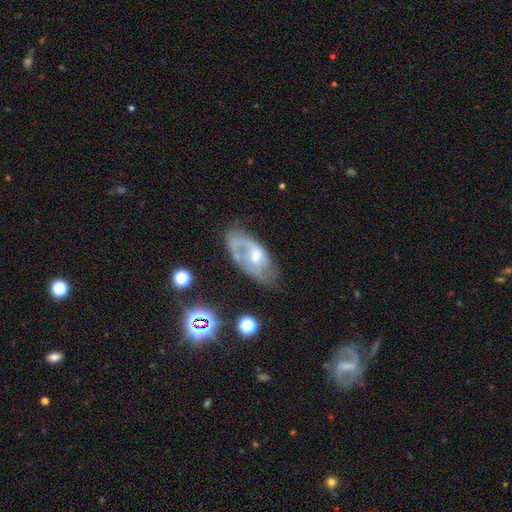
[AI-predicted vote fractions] Morphology: type=featured or disk (70%); edge-on=no (92%); bar=no (67%); spiral arms=yes (75%); bulge=moderate (54%); merging=none (54%).